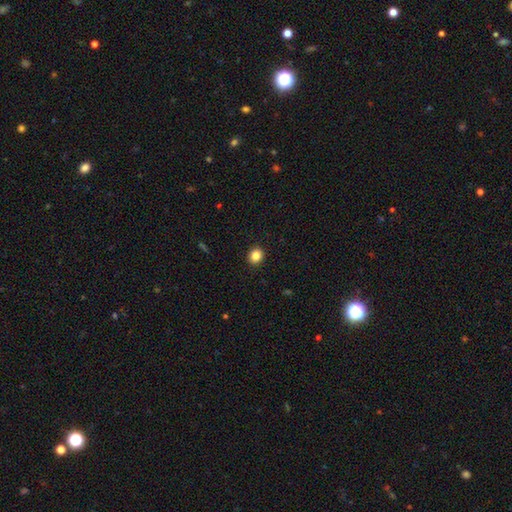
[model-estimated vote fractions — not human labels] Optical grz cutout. It shows a smooth galaxy with no disk features (85%) that is round (78%). Merging: none (93%).